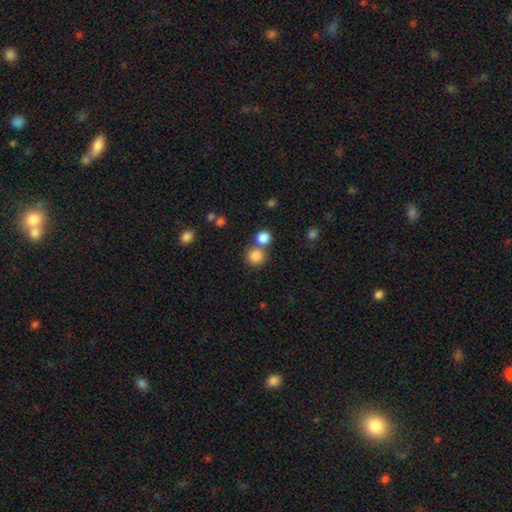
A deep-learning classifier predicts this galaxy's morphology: This is clearly a smooth galaxy (83%). How rounded: clearly round (90%). Merging: likely none (63%).